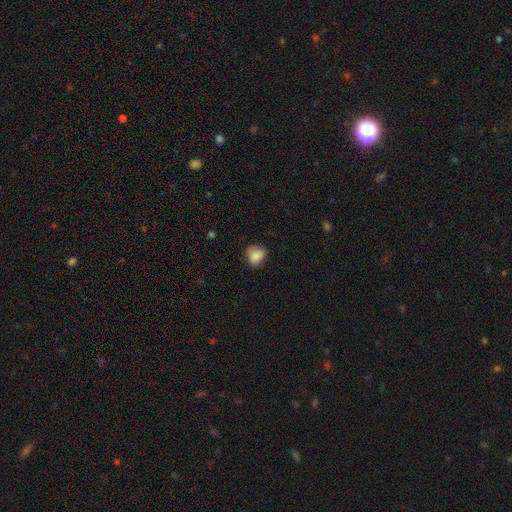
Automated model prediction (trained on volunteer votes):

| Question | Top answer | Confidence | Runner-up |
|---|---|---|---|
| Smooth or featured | smooth | 84% | star or artifact (9%) |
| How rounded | round | 59% | in between (40%) |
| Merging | none | 64% | minor disturbance (28%) |